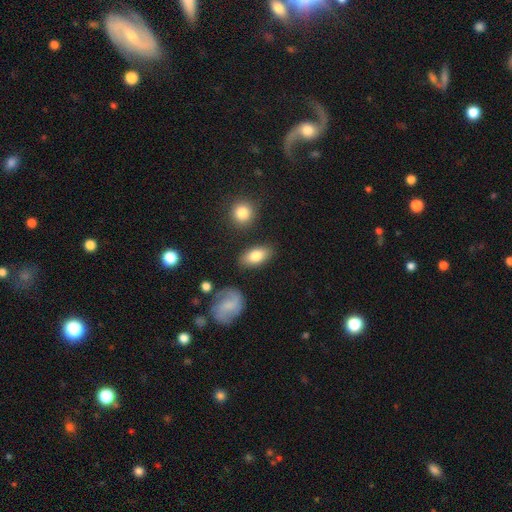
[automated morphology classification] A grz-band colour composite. It shows a smooth galaxy with no disk features (79%) that is in between round and cigar-shaped (89%). Merging: none (83%).